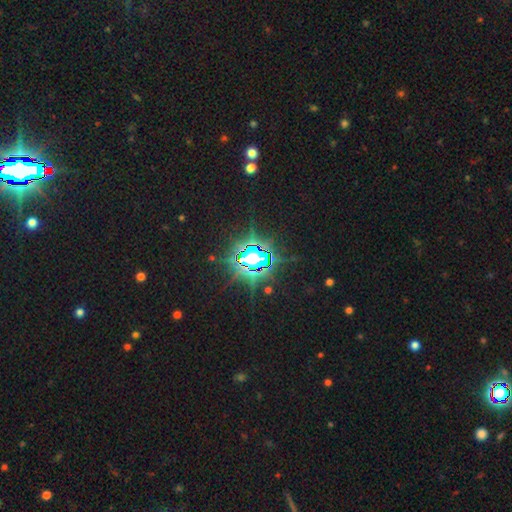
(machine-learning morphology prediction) A star or artifact, not a galaxy (82%).